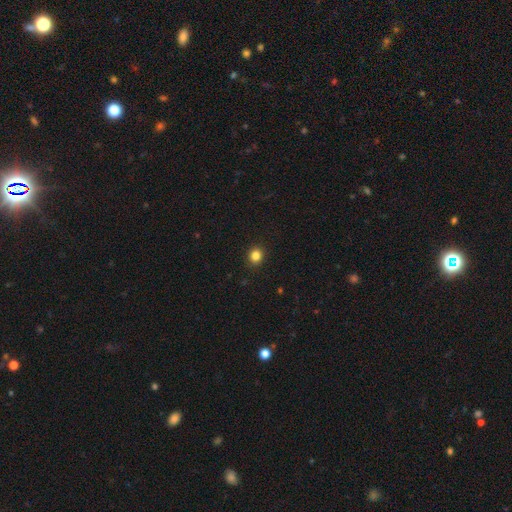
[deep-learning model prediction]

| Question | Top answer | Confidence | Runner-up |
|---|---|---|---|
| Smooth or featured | smooth | 84% | star or artifact (12%) |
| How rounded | round | 82% | in between (17%) |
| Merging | none | 92% | minor disturbance (5%) |